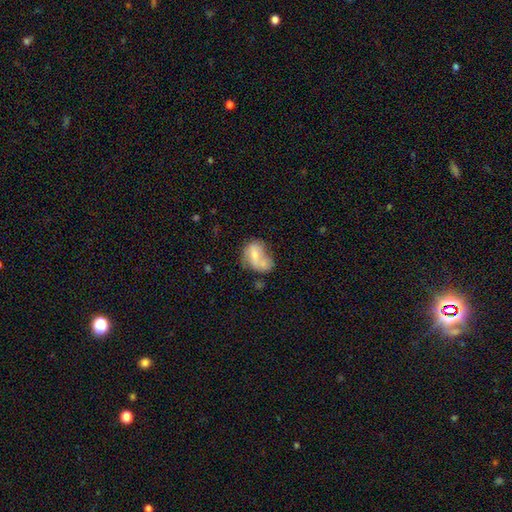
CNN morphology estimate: This appears to be a smooth galaxy with no disk features (53%) that is in between round and cigar-shaped (73%). Merging: merger (44%).